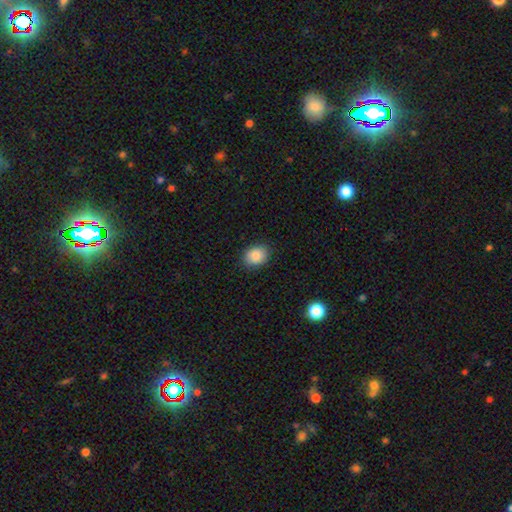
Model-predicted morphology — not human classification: type=smooth (87%); roundness=round (50%); merging=none (88%).